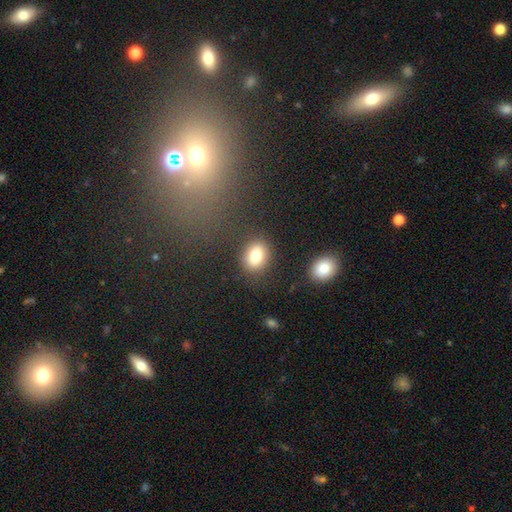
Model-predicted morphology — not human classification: Q: Smooth or featured?
A: smooth (80%); runner-up: star or artifact (10%)
Q: How rounded?
A: in between (50%); runner-up: round (49%)
Q: Merging?
A: none (83%); runner-up: minor disturbance (10%)